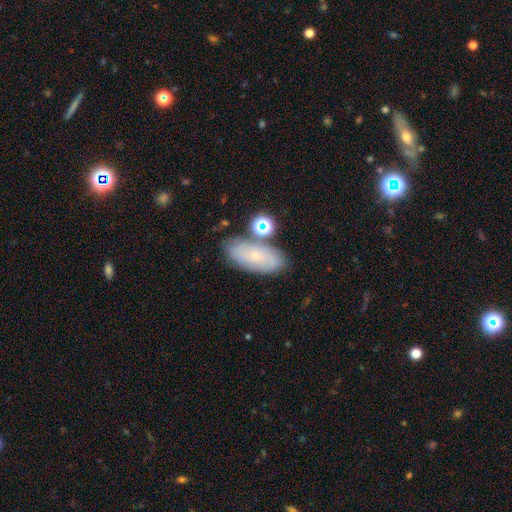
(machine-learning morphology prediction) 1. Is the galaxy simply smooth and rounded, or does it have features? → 55% smooth, 33% featured or disk, 12% star or artifact.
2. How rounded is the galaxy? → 85% in between, 9% cigar-shaped, 6% round.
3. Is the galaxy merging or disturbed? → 72% none, 15% minor disturbance, 8% merger, 4% major disturbance.